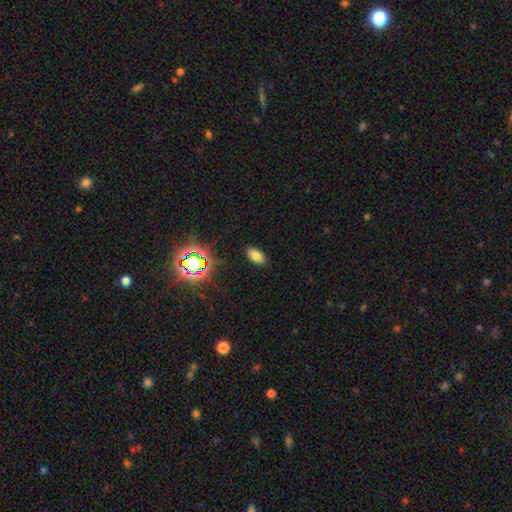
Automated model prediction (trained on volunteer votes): Smooth or featured? smooth (74%)
How rounded? in between (92%)
Merging? none (87%)